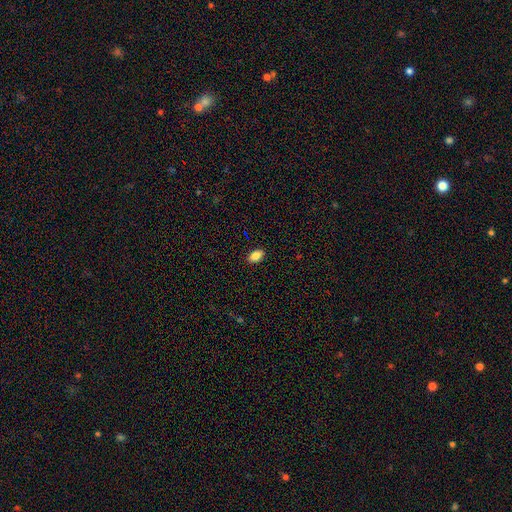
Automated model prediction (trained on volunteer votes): Smooth or featured: smooth — 87% (star or artifact — 8%)
How rounded: in between — 91% (round — 7%)
Merging: none — 90% (minor disturbance — 7%)